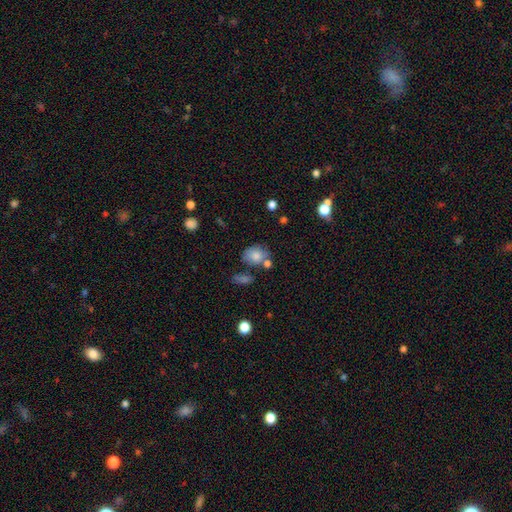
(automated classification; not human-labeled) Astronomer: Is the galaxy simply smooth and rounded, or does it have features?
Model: smooth — 78%.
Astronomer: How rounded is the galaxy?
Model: in between — 56% (runner-up: round, 43%).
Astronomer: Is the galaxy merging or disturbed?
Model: none — 52%.